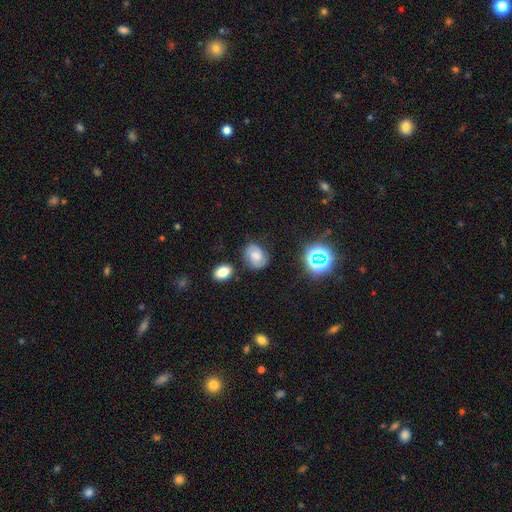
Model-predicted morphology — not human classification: featured or disk 48%, smooth 37%, star or artifact 15%. Down the decision tree: merging — none (72%).